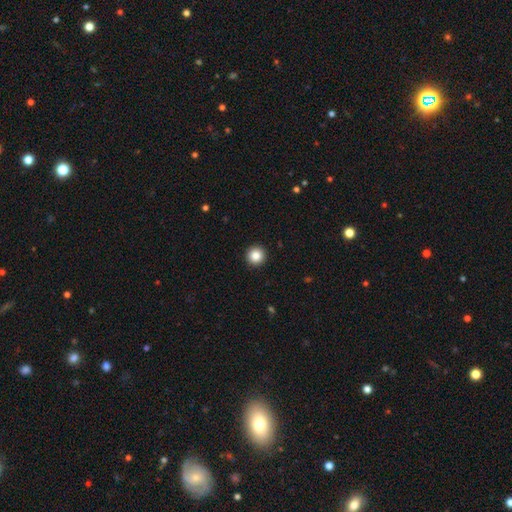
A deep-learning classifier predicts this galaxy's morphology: Q: Smooth or featured?
A: smooth (86%); runner-up: star or artifact (10%)
Q: How rounded?
A: round (96%); runner-up: in between (3%)
Q: Merging?
A: none (94%); runner-up: minor disturbance (4%)